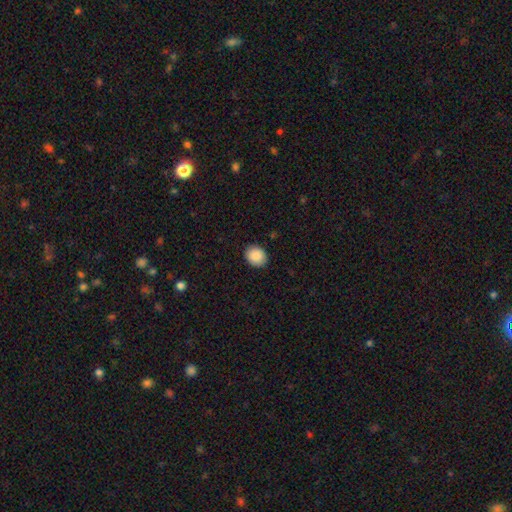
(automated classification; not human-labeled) Smooth or featured? smooth (88%)
How rounded? round (60%)
Merging? none (90%)